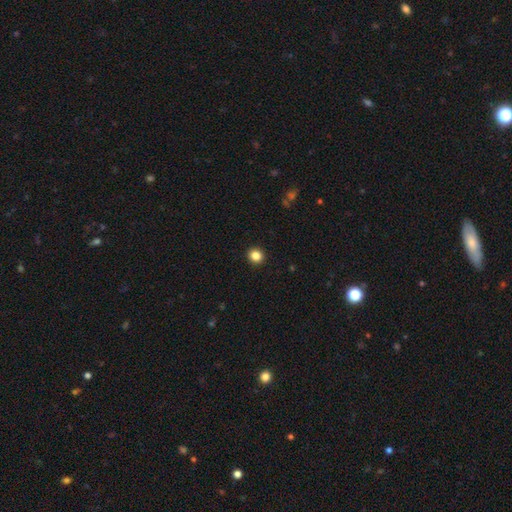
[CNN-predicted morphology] Smooth or featured?
  - smooth: 85% *
  - star or artifact: 11%
  - featured or disk: 4%
How rounded?
  - round: 85% *
  - in between: 14%
  - cigar-shaped: 1%
Merging?
  - none: 93% *
  - minor disturbance: 5%
  - major disturbance: 1%
  - merger: 1%